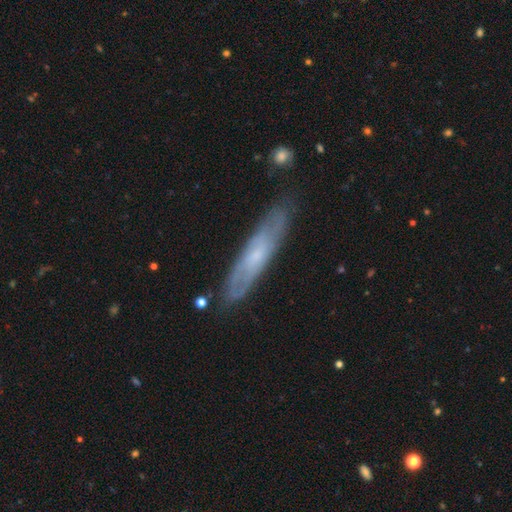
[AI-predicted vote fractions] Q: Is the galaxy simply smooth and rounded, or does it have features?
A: featured or disk — 58%.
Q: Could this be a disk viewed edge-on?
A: yes — 50%, tied with no.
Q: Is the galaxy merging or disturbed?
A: none — 80%.